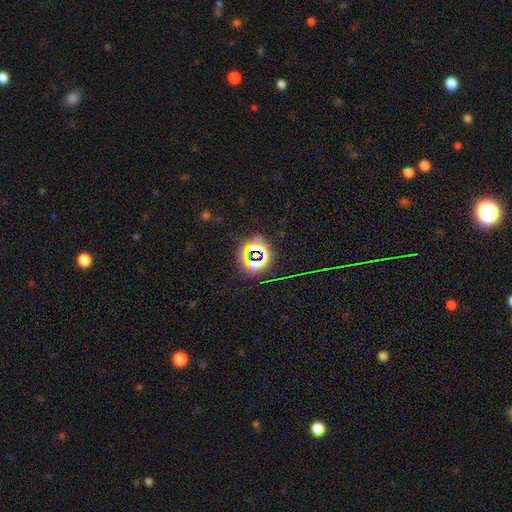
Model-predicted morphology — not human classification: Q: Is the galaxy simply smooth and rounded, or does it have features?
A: star or artifact — 74%.